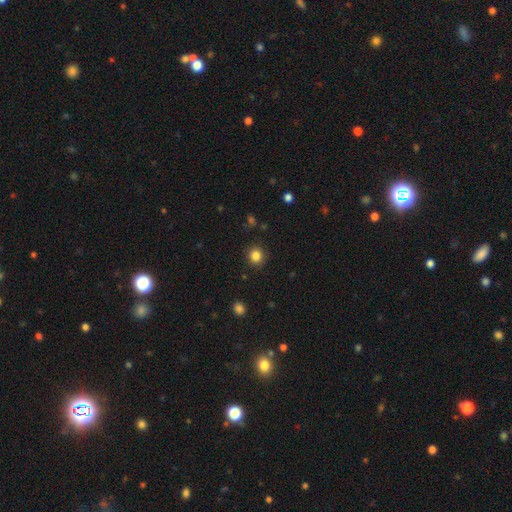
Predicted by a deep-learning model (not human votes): Morphology: type=smooth (84%); roundness=round (89%); merging=none (90%).